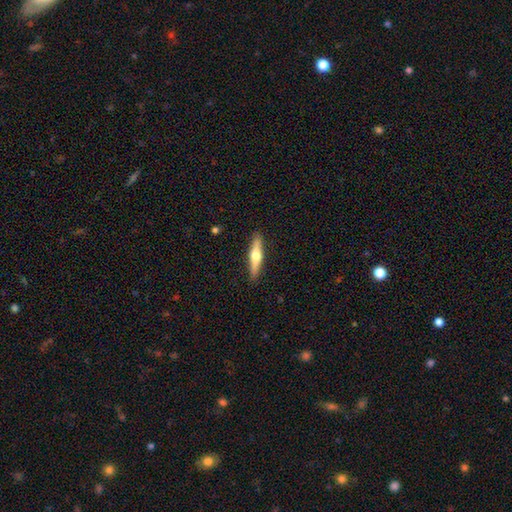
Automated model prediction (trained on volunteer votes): featured or disk 54%, smooth 41%, star or artifact 5%. Down the decision tree: edge-on disk — yes (95%); edge-on bulge — rounded (94%); merging — none (90%).